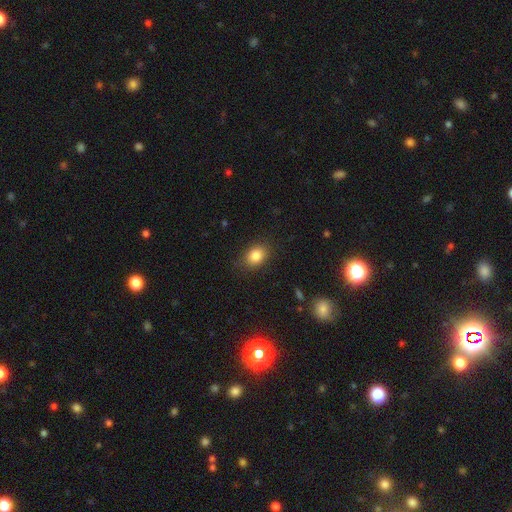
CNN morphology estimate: Smooth or featured: smooth — 85% (star or artifact — 9%)
How rounded: in between — 68% (round — 31%)
Merging: none — 83% (minor disturbance — 12%)